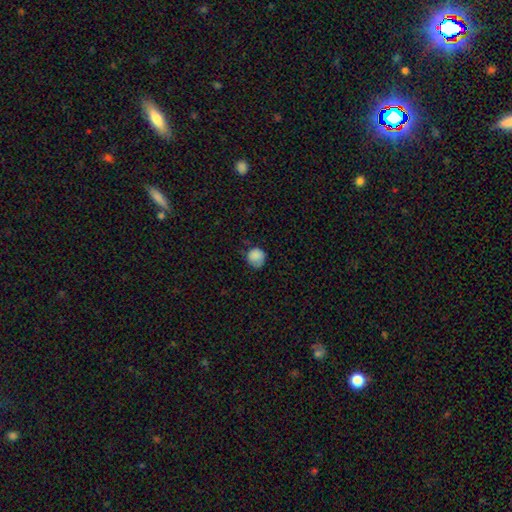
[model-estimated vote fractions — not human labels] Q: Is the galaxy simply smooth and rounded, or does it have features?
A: smooth — 85%.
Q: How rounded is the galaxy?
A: round — 83%.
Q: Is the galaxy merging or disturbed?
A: none — 58%.